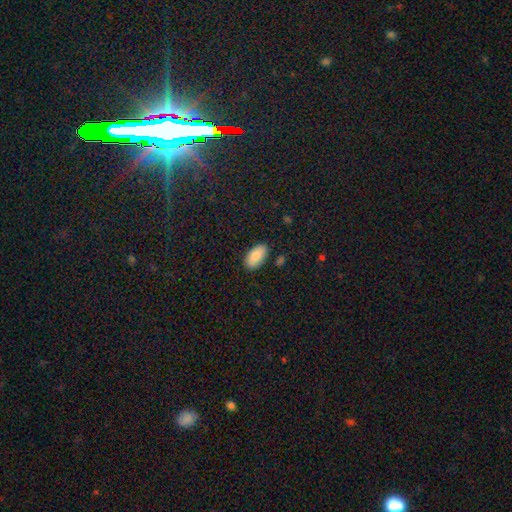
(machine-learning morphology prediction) smooth 84%, featured or disk 9%, star or artifact 7%. Down the decision tree: how rounded — in between (95%); merging — none (83%).